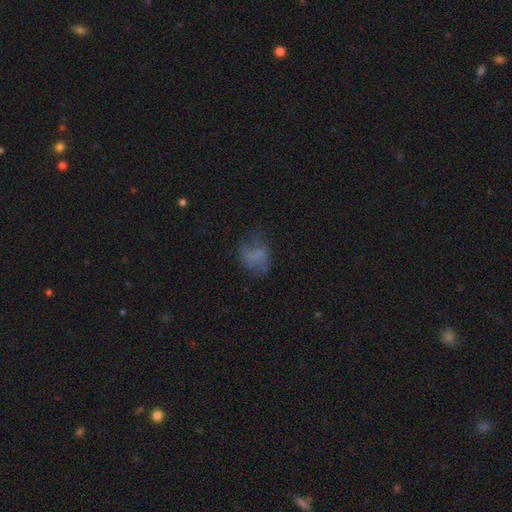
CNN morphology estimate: Overall: smooth (57%; featured or disk 28%). How rounded: in between (59%; round 40%). Merging: none (43%; major disturbance 29%).